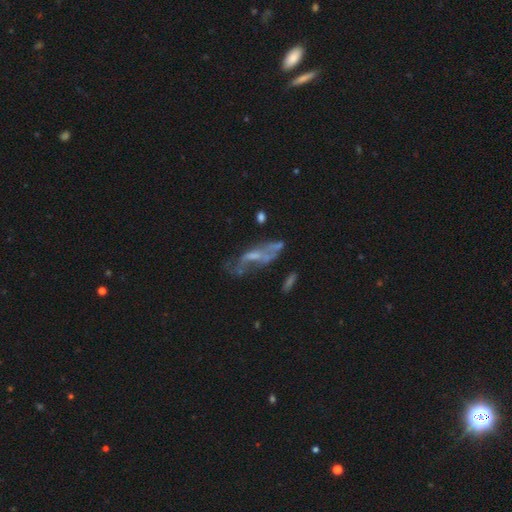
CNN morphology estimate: A featured or disk galaxy (63%) with no bar (63%), no spiral arms (64%) and no central bulge (37%). Merging: none (36%).